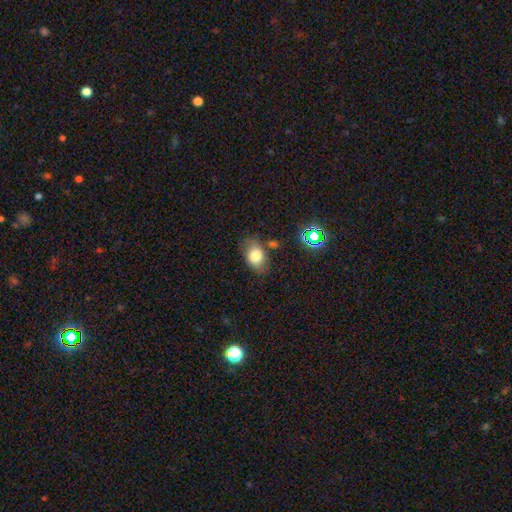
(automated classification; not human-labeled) smooth_or_featured: smooth (p=0.77) [alt: featured or disk p=0.12]
how_rounded: in between (p=0.81) [alt: round p=0.18]
merging: none (p=0.72) [alt: minor disturbance p=0.18]